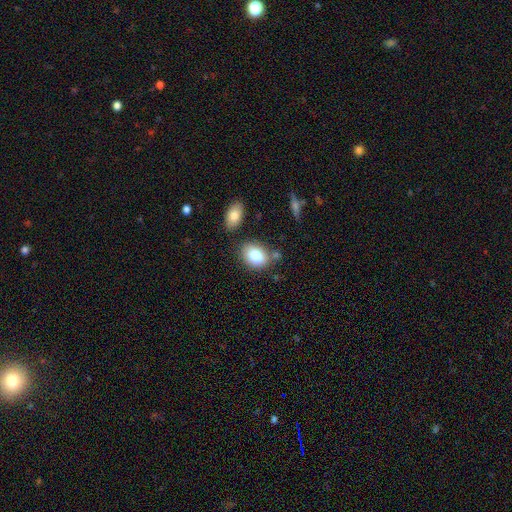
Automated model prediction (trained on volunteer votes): smooth 85%, star or artifact 7%, featured or disk 7%. Down the decision tree: how rounded — in between (75%); merging — none (66%).